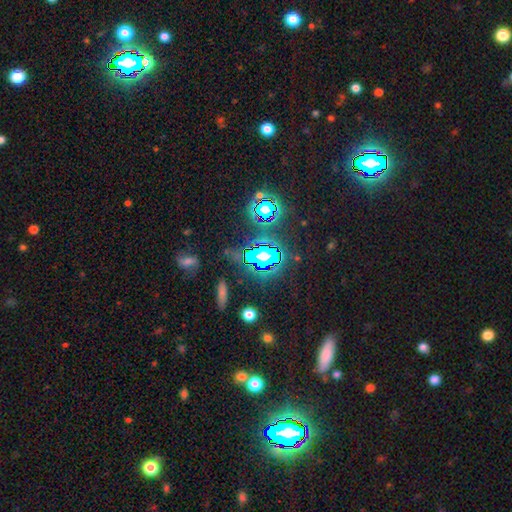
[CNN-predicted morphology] Smooth or featured?
  - star or artifact: 77% *
  - smooth: 13%
  - featured or disk: 9%